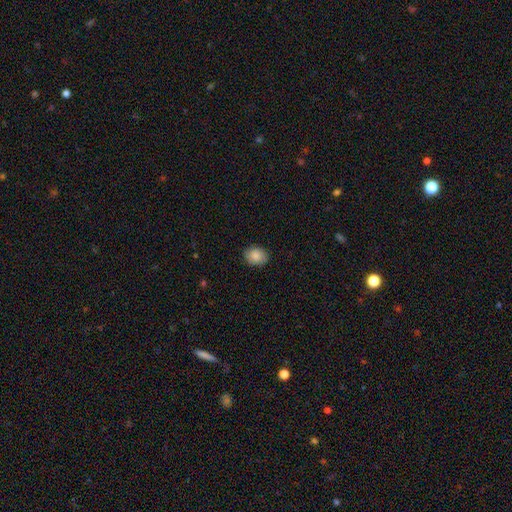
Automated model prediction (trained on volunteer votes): The model was most divided on "how rounded": round: 51%, in between: 49%, cigar-shaped: 1%. More confident: smooth or featured — smooth (86%); merging — none (85%).